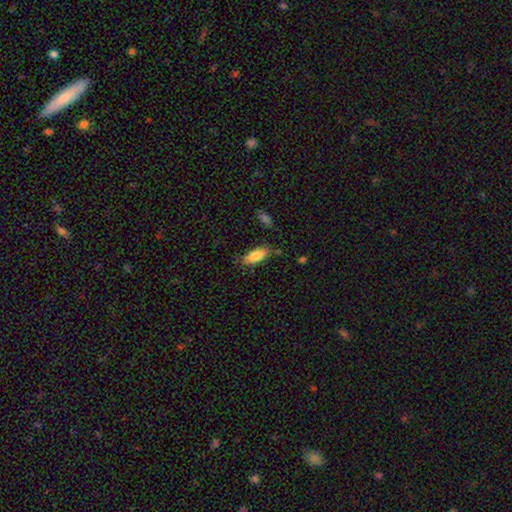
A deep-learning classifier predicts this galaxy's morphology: A smooth galaxy with no disk features (84%) that is in between round and cigar-shaped (77%). Merging: none (75%).